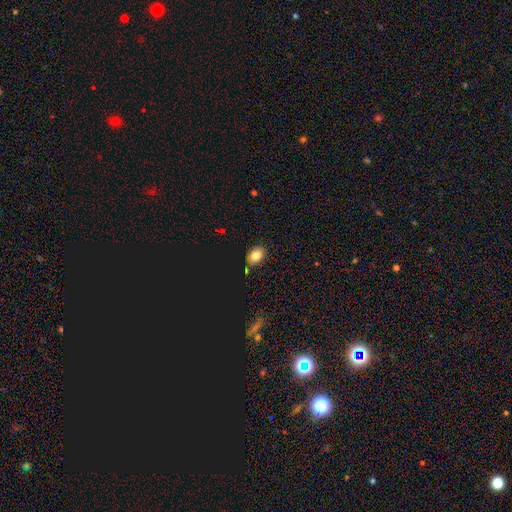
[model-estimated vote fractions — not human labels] smooth_or_featured: smooth (p=0.78) [alt: star or artifact p=0.13]
how_rounded: in between (p=0.77) [alt: round p=0.21]
merging: none (p=0.74) [alt: minor disturbance p=0.19]